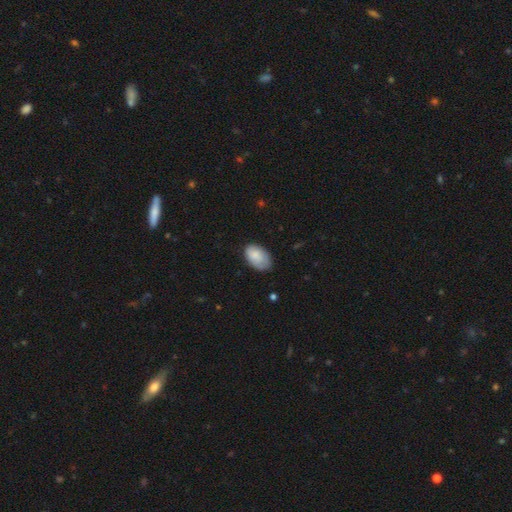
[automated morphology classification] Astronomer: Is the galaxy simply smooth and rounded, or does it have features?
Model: smooth — 83%.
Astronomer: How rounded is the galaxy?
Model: in between — 91%.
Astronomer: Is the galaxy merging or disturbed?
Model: none — 68%.